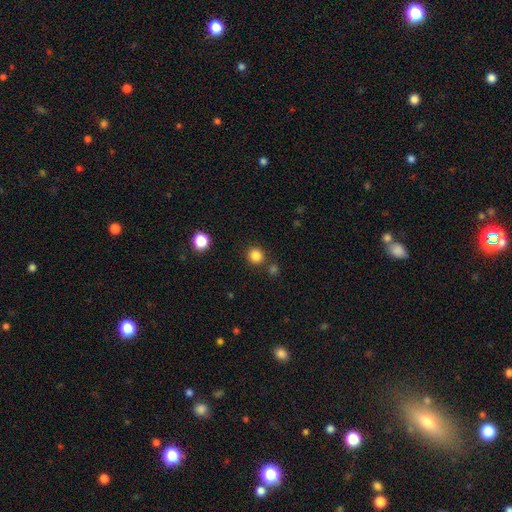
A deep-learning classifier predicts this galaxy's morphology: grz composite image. It shows a smooth galaxy with no disk features (84%) that is round (91%). Merging: none (84%).